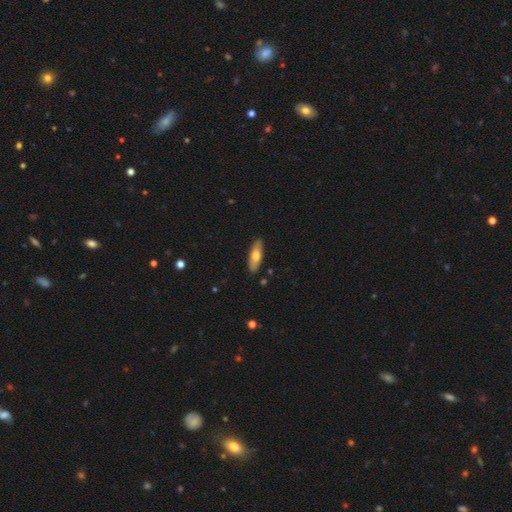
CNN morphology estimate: A smooth galaxy with no disk features (66%) that is in between round and cigar-shaped (50%).

Vote fractions:
- Smooth or featured? smooth: 66% / featured or disk: 28% / star or artifact: 6%
- How rounded? in between: 50% / cigar-shaped: 47% / round: 2%
- Merging? none: 88% / minor disturbance: 9% / major disturbance: 2% / merger: 1%